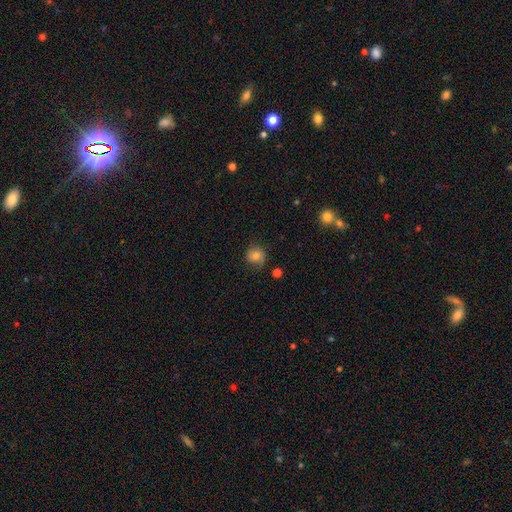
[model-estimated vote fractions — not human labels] This appears to be a smooth galaxy with no disk features (61%) that is round (77%). Merging: none (69%).